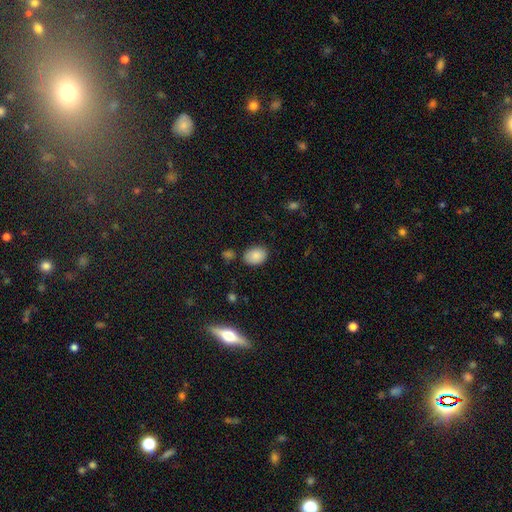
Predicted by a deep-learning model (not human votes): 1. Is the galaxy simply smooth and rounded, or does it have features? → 87% smooth, 8% star or artifact, 5% featured or disk.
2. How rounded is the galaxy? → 76% in between, 23% round, 1% cigar-shaped.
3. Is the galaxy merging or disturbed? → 78% none, 15% minor disturbance, 4% merger, 3% major disturbance.